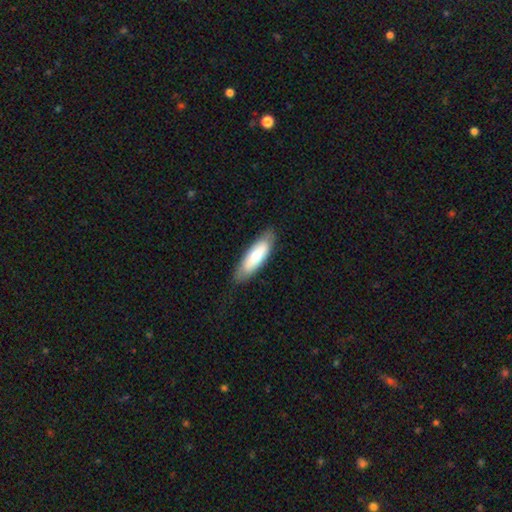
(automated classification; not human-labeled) A smooth galaxy with no disk features (63%) that is in between round and cigar-shaped (58%).

Vote fractions:
- Smooth or featured? smooth: 63% / featured or disk: 32% / star or artifact: 5%
- How rounded? in between: 58% / cigar-shaped: 41% / round: 2%
- Merging? none: 81% / minor disturbance: 15% / major disturbance: 3% / merger: 1%